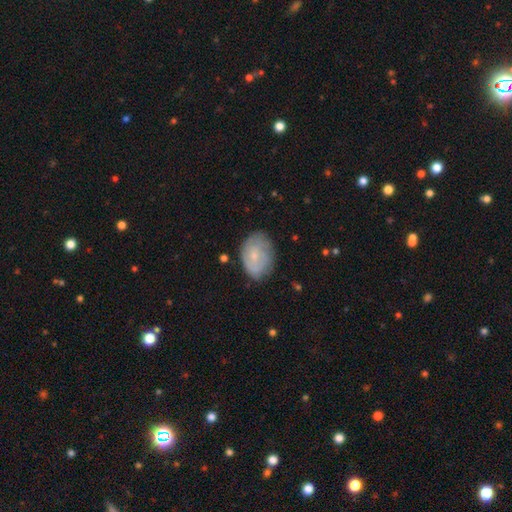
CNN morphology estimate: smooth 49%, featured or disk 43%, star or artifact 7%. Down the decision tree: merging — none (71%).